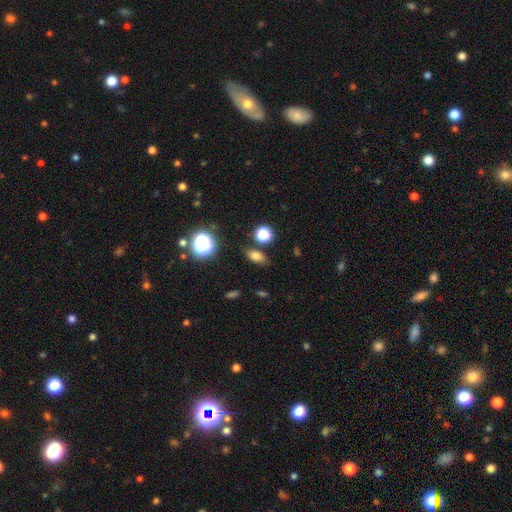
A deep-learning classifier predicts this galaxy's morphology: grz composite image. It shows a smooth galaxy with no disk features (74%) that is in between round and cigar-shaped (74%). Merging: none (81%).